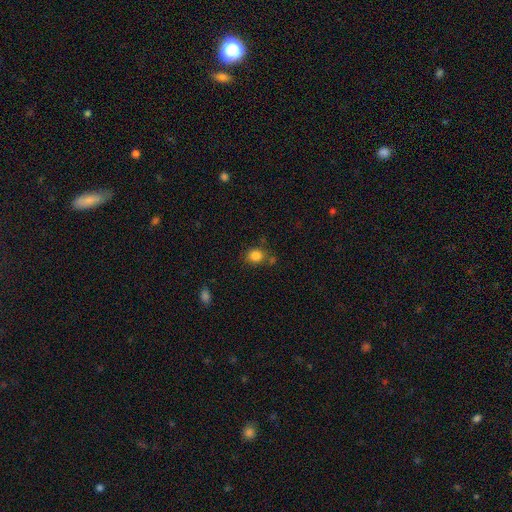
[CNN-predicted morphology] Smooth or featured?
  - smooth: 84% *
  - star or artifact: 11%
  - featured or disk: 5%
How rounded?
  - round: 74% *
  - in between: 25%
  - cigar-shaped: 1%
Merging?
  - none: 73% *
  - minor disturbance: 14%
  - merger: 9%
  - major disturbance: 4%